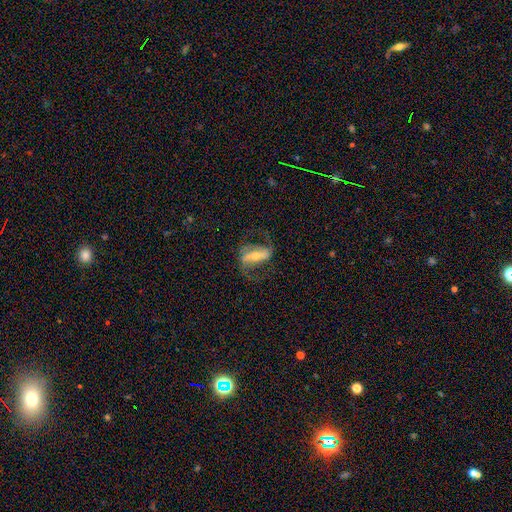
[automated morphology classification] This is clearly a featured or disk galaxy (84%). It is clearly not viewed edge-on (93%). Bar: likely strong (64%). Spiral arm pattern: clearly yes (93%). Spiral arm count: clearly 2 (91%). Spiral winding: possibly loose (54%). Central bulge: possibly small (50%). Merging: likely none (69%).